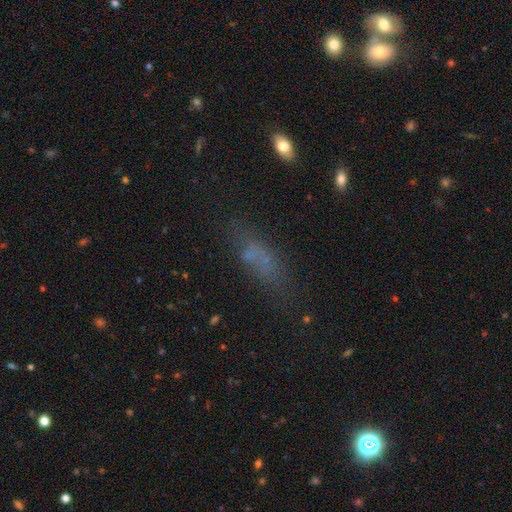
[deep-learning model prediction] Q: Smooth or featured?
A: smooth (58%); runner-up: featured or disk (21%)
Q: How rounded?
A: in between (50%); runner-up: cigar-shaped (45%)
Q: Merging?
A: none (57%); runner-up: minor disturbance (22%)